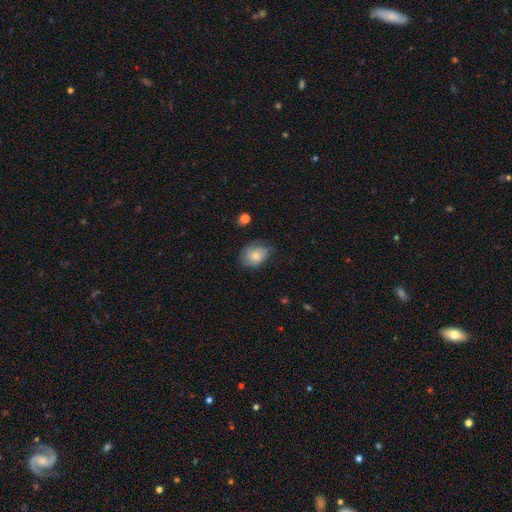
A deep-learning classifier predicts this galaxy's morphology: Smooth or featured? smooth (71%)
How rounded? in between (60%)
Merging? none (61%)